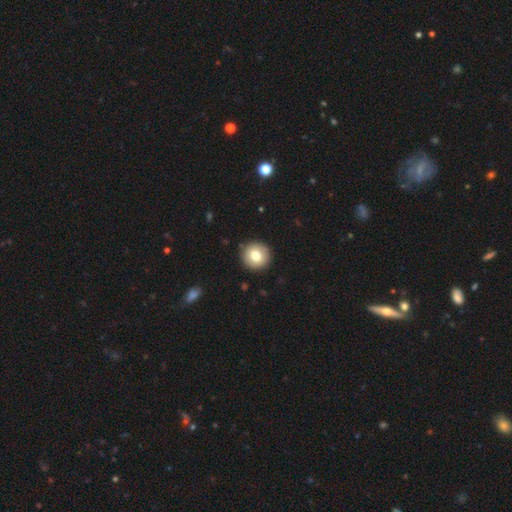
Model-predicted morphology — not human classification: Smooth or featured: smooth — 77% (featured or disk — 15%)
How rounded: round — 95% (in between — 4%)
Merging: none — 91% (minor disturbance — 6%)